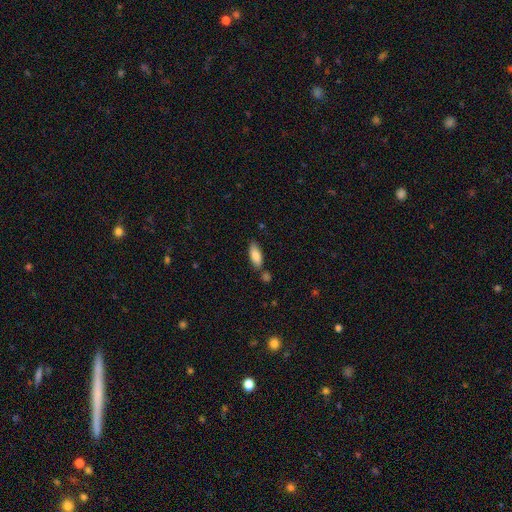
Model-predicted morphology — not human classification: Smooth or featured? Predicted: smooth (p=0.83). How rounded? Predicted: in between (p=0.77). Merging? Predicted: none (p=0.72).